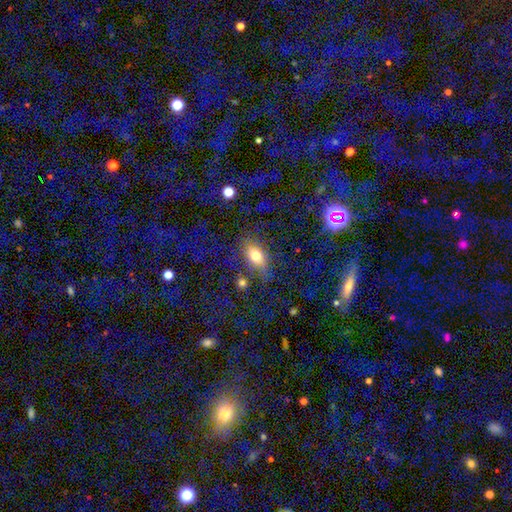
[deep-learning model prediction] This appears to be a smooth galaxy with no disk features (70%) that is in between round and cigar-shaped (78%). Merging: none (62%).